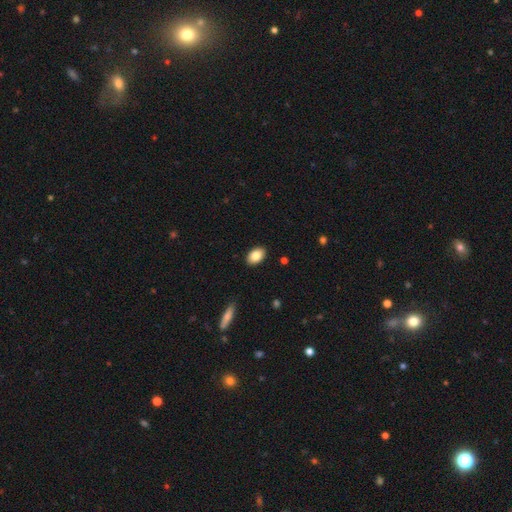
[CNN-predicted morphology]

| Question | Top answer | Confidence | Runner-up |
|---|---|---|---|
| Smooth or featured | smooth | 84% | featured or disk (8%) |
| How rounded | in between | 89% | round (10%) |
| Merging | none | 89% | minor disturbance (8%) |